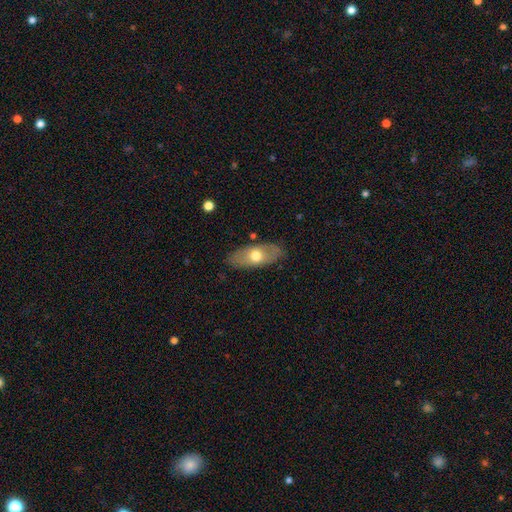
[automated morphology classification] smooth 58%, featured or disk 36%, star or artifact 6%. Down the decision tree: how rounded — in between (85%); merging — none (83%).